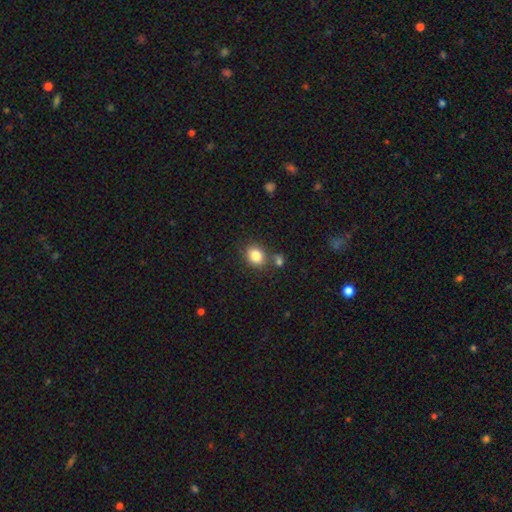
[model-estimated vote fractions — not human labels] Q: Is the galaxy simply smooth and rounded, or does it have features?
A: smooth — 84%.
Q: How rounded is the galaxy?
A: round — 56%.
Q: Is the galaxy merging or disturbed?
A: none — 71%.